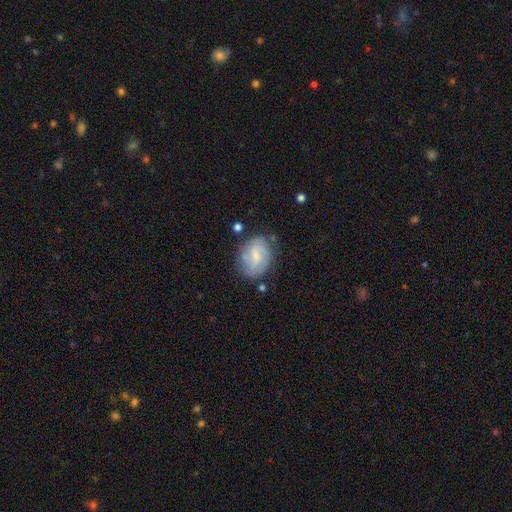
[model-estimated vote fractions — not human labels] smooth-or-featured: featured or disk: 53% | smooth: 40% | star or artifact: 7%
  disk-edge-on: no: 97% | yes: 3%
    bar: weak: 54% | no: 33% | strong: 13%
    has-spiral-arms: yes: 79% | no: 21%
    bulge-size: small: 50% | moderate: 29% | none: 18% | large: 3% | dominant: 1%
  merging: none: 67% | minor disturbance: 21% | major disturbance: 8% | merger: 4%